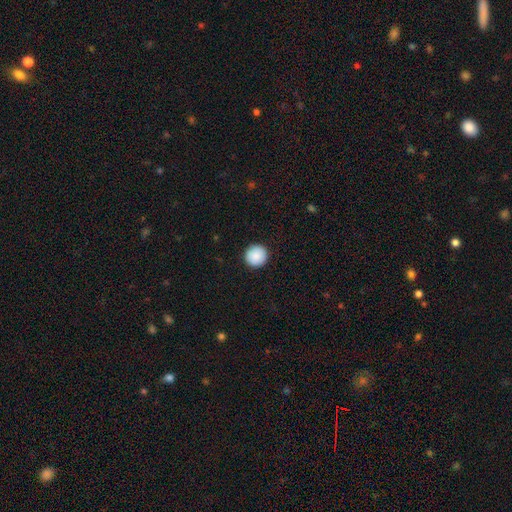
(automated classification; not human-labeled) This appears to be a smooth galaxy with no disk features (89%) that is round (96%). Merging: none (93%).